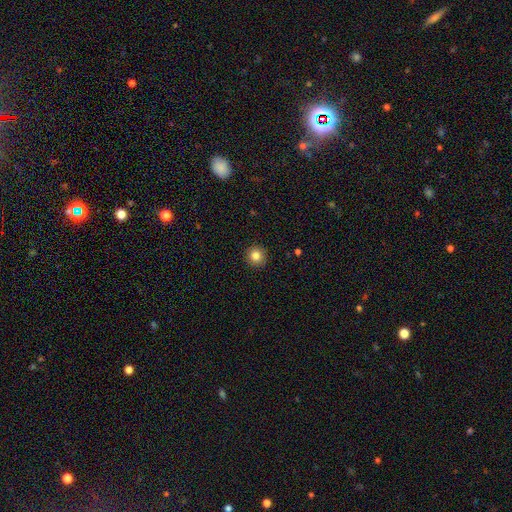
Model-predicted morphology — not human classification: Smooth or featured? smooth (84%)
How rounded? round (94%)
Merging? none (92%)